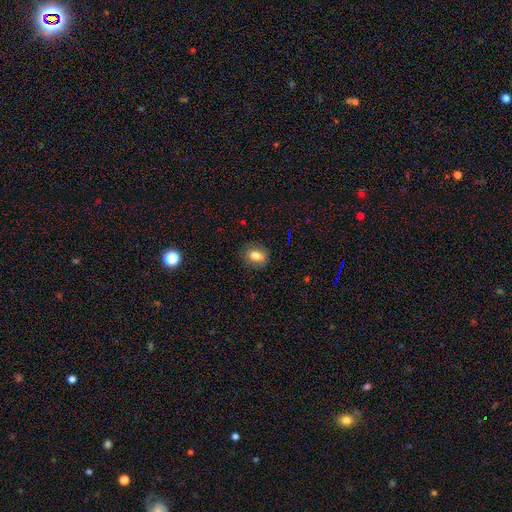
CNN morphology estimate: Q: Smooth or featured?
A: smooth (76%); runner-up: featured or disk (14%)
Q: How rounded?
A: in between (52%); runner-up: round (47%)
Q: Merging?
A: none (83%); runner-up: minor disturbance (12%)